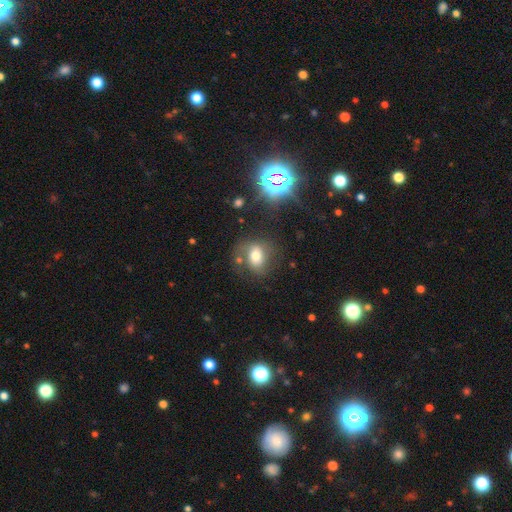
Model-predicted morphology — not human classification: A smooth galaxy with no disk features (55%) that is in between round and cigar-shaped (52%).

Vote fractions:
- Smooth or featured? smooth: 55% / featured or disk: 29% / star or artifact: 16%
- How rounded? in between: 52% / round: 46% / cigar-shaped: 1%
- Merging? none: 56% / minor disturbance: 21% / major disturbance: 15% / merger: 8%